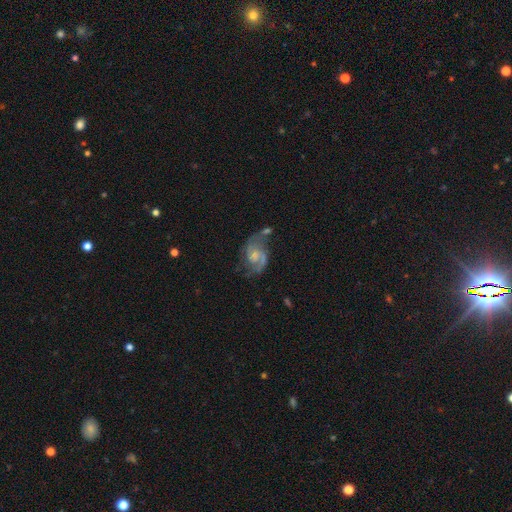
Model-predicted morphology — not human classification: A featured or disk galaxy (84%) with a weak bar (47%), 2 (88%) medium (52%) spiral arms (95%) and a small central bulge (37%). Merging: none (52%).